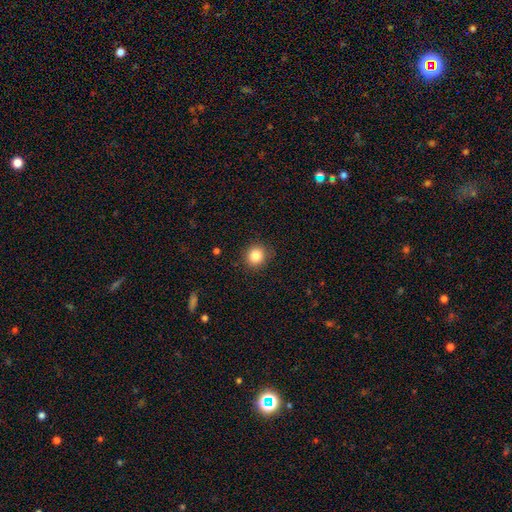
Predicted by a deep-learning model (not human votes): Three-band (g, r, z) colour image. It shows a smooth galaxy with no disk features (84%) that is round (88%). Merging: none (89%).